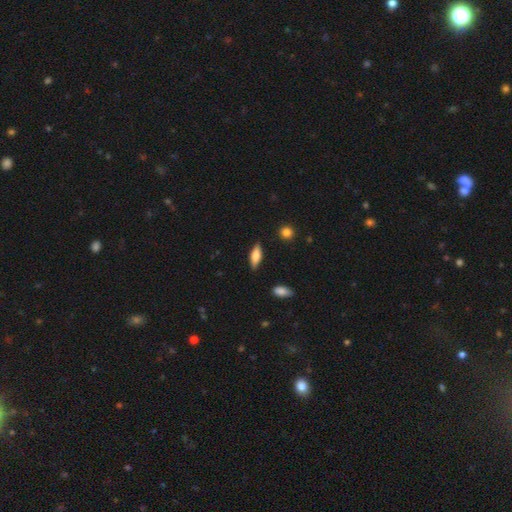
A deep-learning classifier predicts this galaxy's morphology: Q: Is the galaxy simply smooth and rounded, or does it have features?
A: smooth — 67%.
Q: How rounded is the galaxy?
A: in between — 62%.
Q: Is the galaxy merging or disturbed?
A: none — 85%.